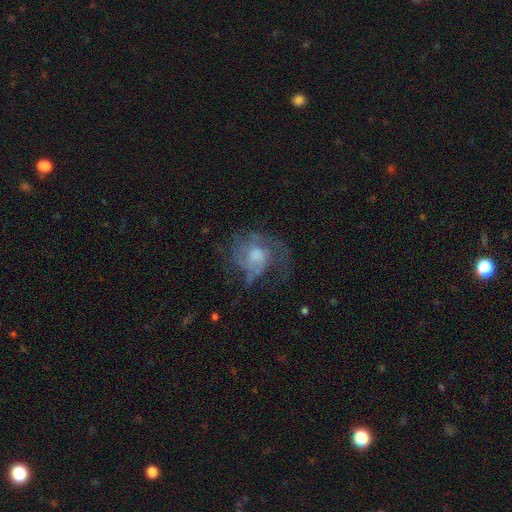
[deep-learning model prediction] Smooth or featured?
  - featured or disk: 66% *
  - smooth: 24%
  - star or artifact: 10%
Edge-on disk?
  - no: 97% *
  - yes: 3%
Bar?
  - no: 74% *
  - weak: 23%
  - strong: 3%
Spiral arms?
  - yes: 78% *
  - no: 22%
Spiral winding?
  - medium: 41% *
  - tight: 33%
  - loose: 26%
Spiral arm count?
  - can't tell: 37% *
  - 2: 23%
  - 3: 18%
  - 1: 13%
  - 4: 6%
  - more than 4: 4%
Bulge size?
  - moderate: 45% *
  - large: 22%
  - small: 17%
  - none: 12%
  - dominant: 2%
Merging?
  - none: 47% *
  - major disturbance: 31%
  - minor disturbance: 21%
  - merger: 2%